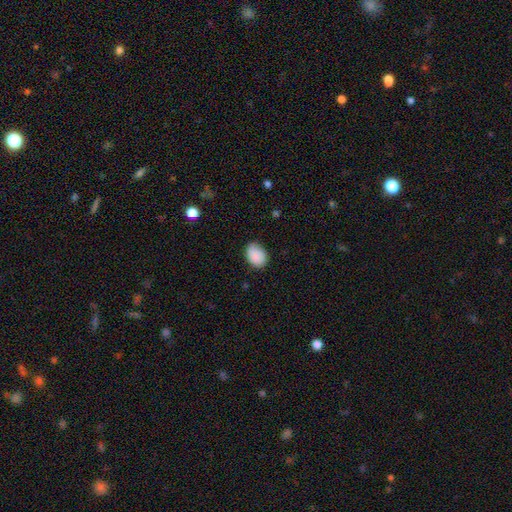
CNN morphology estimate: A smooth galaxy with no disk features (89%) that is in between round and cigar-shaped (76%).

Vote fractions:
- Smooth or featured? smooth: 89% / star or artifact: 7% / featured or disk: 4%
- How rounded? in between: 76% / round: 23% / cigar-shaped: 1%
- Merging? none: 70% / minor disturbance: 25% / major disturbance: 4% / merger: 1%